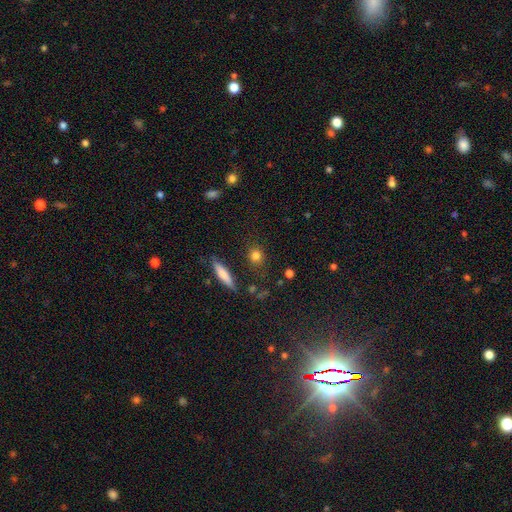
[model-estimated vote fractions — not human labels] smooth-or-featured: smooth: 81% | star or artifact: 11% | featured or disk: 8%
  how-rounded: round: 68% | in between: 24% | cigar-shaped: 8%
  merging: none: 83% | minor disturbance: 10% | major disturbance: 3% | merger: 3%